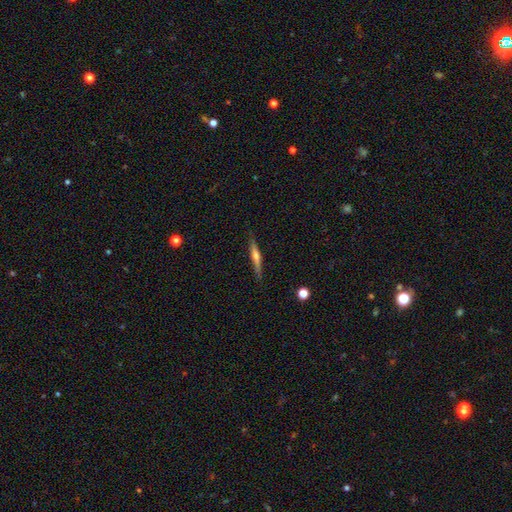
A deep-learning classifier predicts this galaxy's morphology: The model was most divided on "smooth or featured": featured or disk: 60%, smooth: 33%, star or artifact: 7%. More confident: edge-on disk — yes (97%); merging — none (86%); edge-on bulge — rounded (80%).